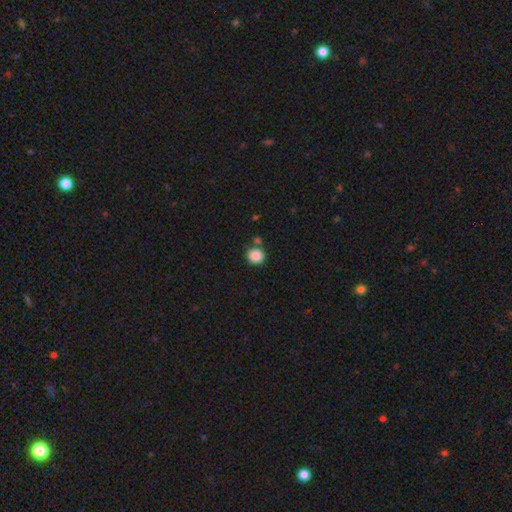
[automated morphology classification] type=smooth (87%); roundness=round (90%); merging=none (76%).